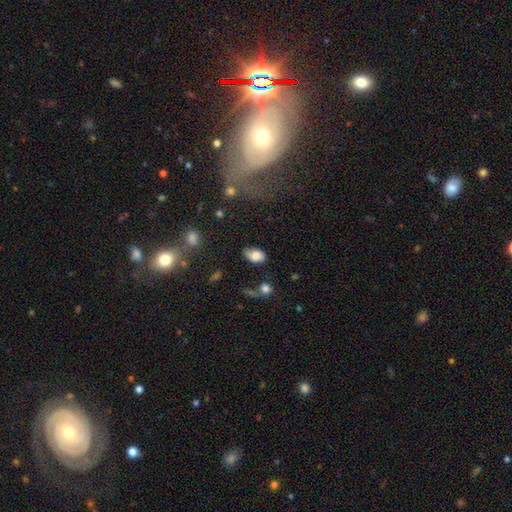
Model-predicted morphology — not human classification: Overall: smooth (75%). How rounded: in between (87%). Merging: none (60%; minor disturbance 27%).